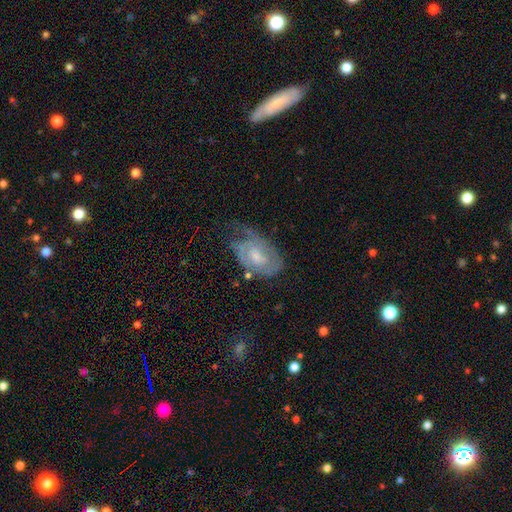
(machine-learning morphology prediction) Smooth or featured: featured or disk — 70% (smooth — 23%)
Edge-on disk: no — 95% (yes — 5%)
Bar: no — 55% (weak — 39%)
Spiral arms: yes — 81% (no — 19%)
Spiral winding: tight — 53% (medium — 34%)
Spiral arm count: can't tell — 37% (2 — 36%)
Bulge size: moderate — 46% (small — 43%)
Merging: none — 43% (minor disturbance — 32%)